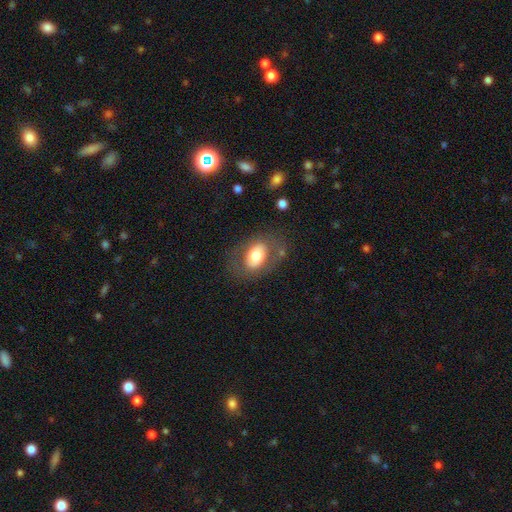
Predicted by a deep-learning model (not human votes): Smooth or featured? smooth (66%)
How rounded? in between (85%)
Merging? none (72%)